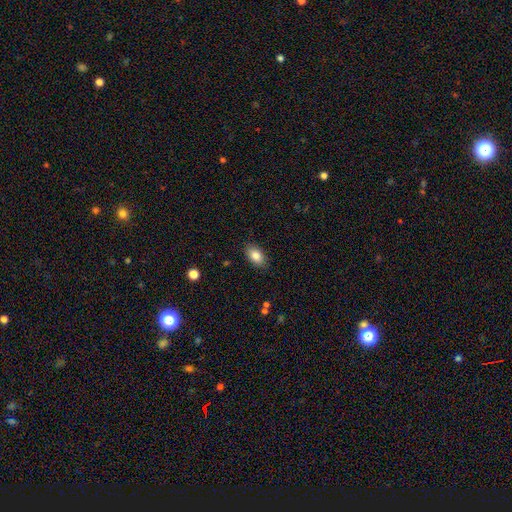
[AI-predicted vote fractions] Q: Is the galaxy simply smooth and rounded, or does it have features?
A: smooth — 84%.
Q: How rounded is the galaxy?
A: in between — 91%.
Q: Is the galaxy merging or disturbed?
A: none — 86%.